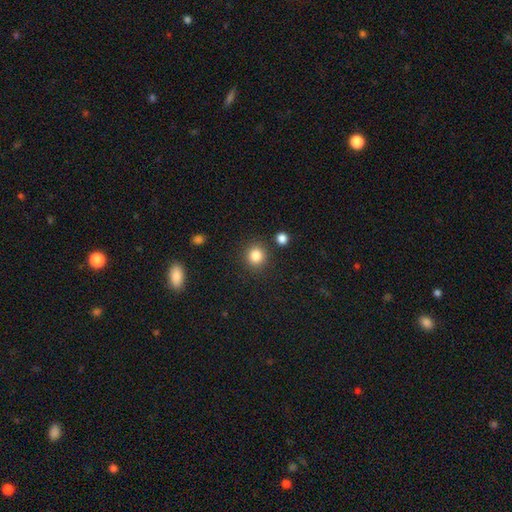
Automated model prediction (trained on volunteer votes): Smooth or featured? Predicted: smooth (p=0.84). How rounded? Predicted: round (p=0.88). Merging? Predicted: none (p=0.86).